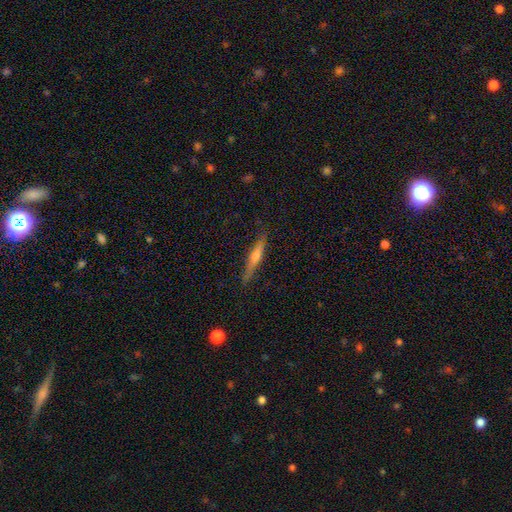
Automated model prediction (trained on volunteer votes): The model was most divided on "smooth or featured": featured or disk: 61%, smooth: 33%, star or artifact: 6%. More confident: edge-on disk — yes (97%); merging — none (87%); edge-on bulge — rounded (68%).